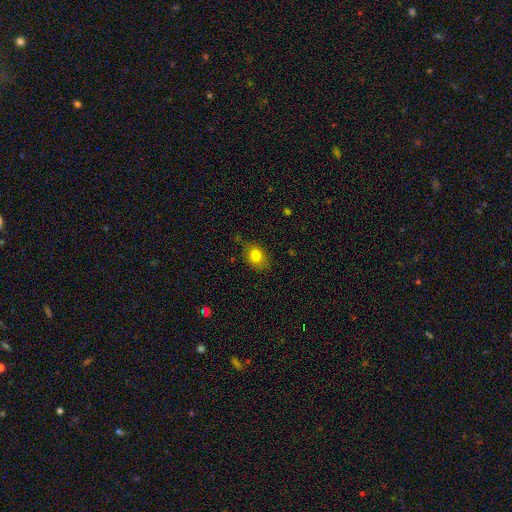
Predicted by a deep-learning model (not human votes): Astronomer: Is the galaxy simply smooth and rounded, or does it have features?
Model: smooth — 79%.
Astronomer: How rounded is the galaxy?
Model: in between — 62%.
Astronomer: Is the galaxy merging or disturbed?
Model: none — 75%.